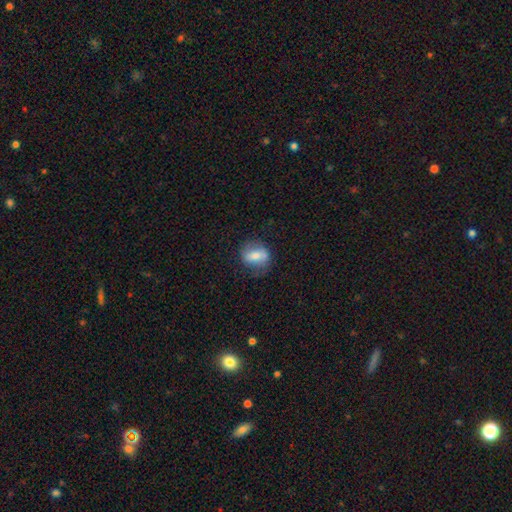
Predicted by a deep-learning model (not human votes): A smooth galaxy with no disk features (60%) that is in between round and cigar-shaped (54%). Merging: none (67%).